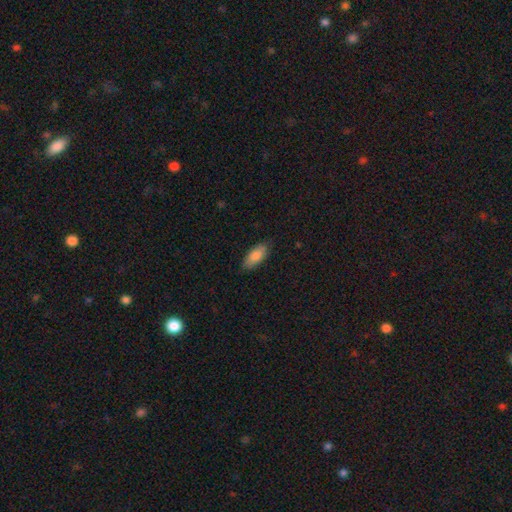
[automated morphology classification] Smooth or featured: smooth — 85% (featured or disk — 9%)
How rounded: in between — 83% (cigar-shaped — 15%)
Merging: none — 81% (minor disturbance — 15%)